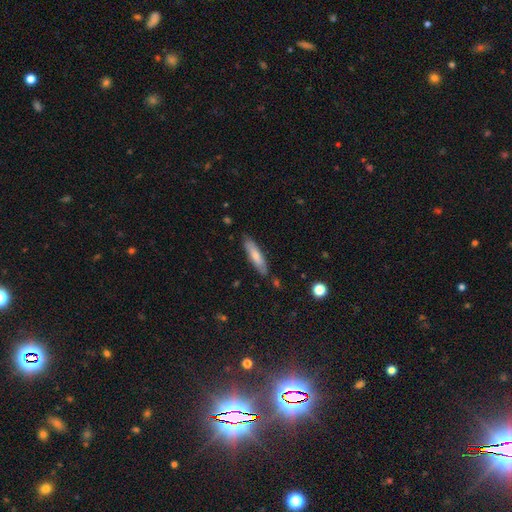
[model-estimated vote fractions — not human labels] smooth_or_featured: smooth (p=0.66) [alt: featured or disk p=0.28]
how_rounded: cigar-shaped (p=0.71) [alt: in between p=0.28]
merging: none (p=0.81) [alt: minor disturbance p=0.14]